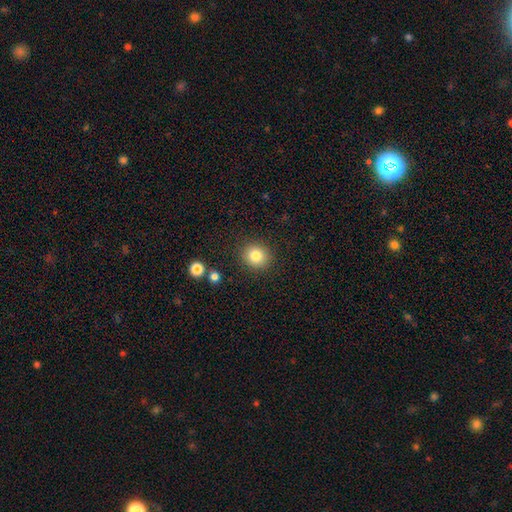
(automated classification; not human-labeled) This appears to be a smooth galaxy with no disk features (82%) that is round (86%). Merging: none (89%).